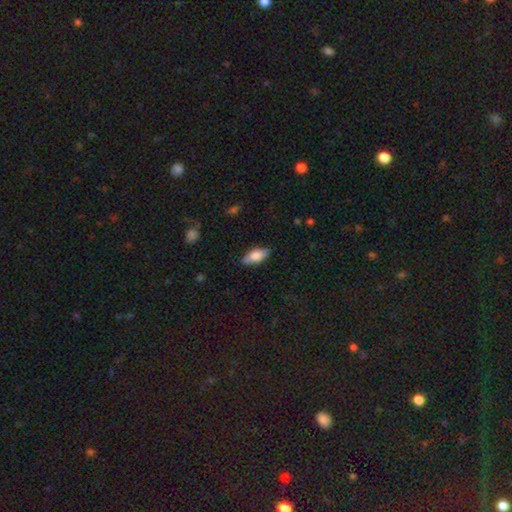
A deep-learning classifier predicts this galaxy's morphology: Q: Smooth or featured?
A: smooth (77%); runner-up: featured or disk (16%)
Q: How rounded?
A: in between (84%); runner-up: cigar-shaped (14%)
Q: Merging?
A: none (82%); runner-up: minor disturbance (14%)